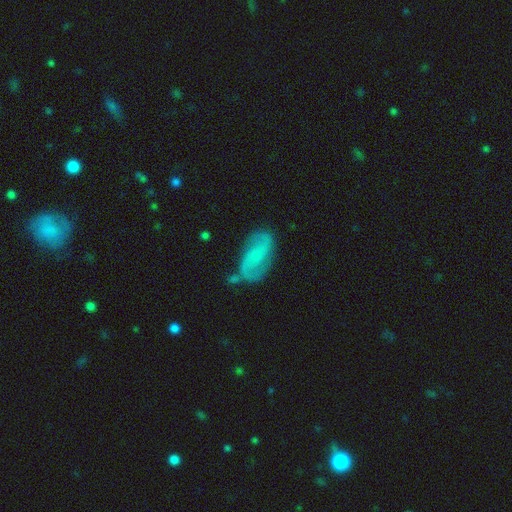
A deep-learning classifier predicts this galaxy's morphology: The model was most divided on "bar": no: 45%, weak: 42%, strong: 13%. Remaining: edge-on disk — no (96%); spiral arms — yes (92%); spiral arm count — 2 (88%); smooth or featured — featured or disk (72%); merging — none (68%); bulge size — none (50%); spiral winding — medium (43%).